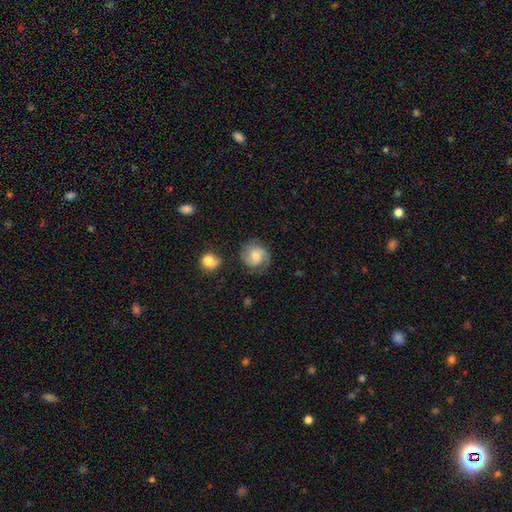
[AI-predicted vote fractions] Morphology: type=featured or disk (56%); edge-on=no (98%); bar=no (54%); spiral arms=yes (92%); winding=medium (47%); arm count=2 (82%); bulge=moderate (50%); merging=none (74%).